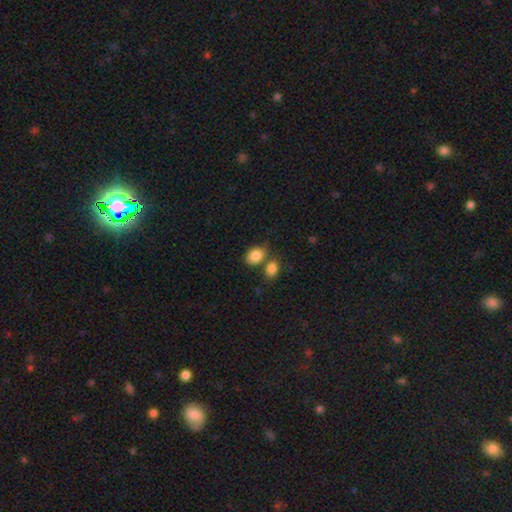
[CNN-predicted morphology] This is clearly a smooth galaxy (85%). How rounded: likely in between (73%). Merging: possibly none (56%).